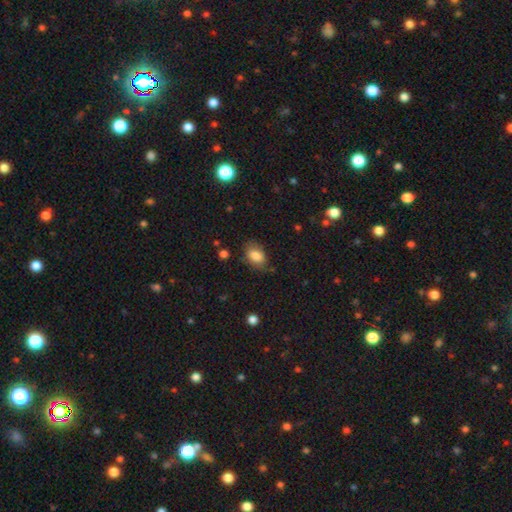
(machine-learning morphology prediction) smooth-or-featured: smooth: 82% | featured or disk: 10% | star or artifact: 8%
  how-rounded: in between: 86% | round: 12% | cigar-shaped: 2%
  merging: none: 71% | minor disturbance: 21% | major disturbance: 6% | merger: 2%